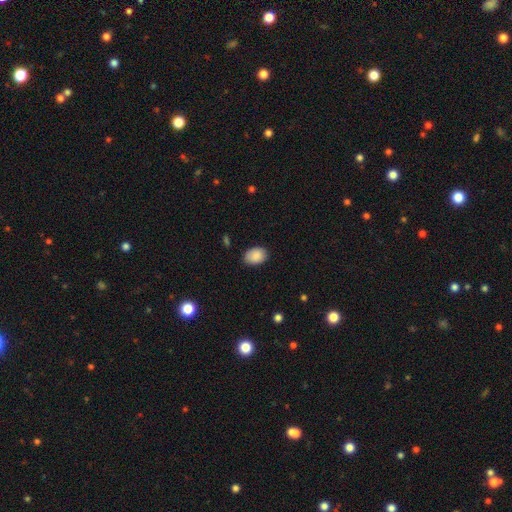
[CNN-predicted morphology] Smooth or featured?
  - smooth: 88% *
  - star or artifact: 7%
  - featured or disk: 5%
How rounded?
  - in between: 81% *
  - round: 18%
  - cigar-shaped: 1%
Merging?
  - none: 81% *
  - minor disturbance: 15%
  - major disturbance: 3%
  - merger: 1%